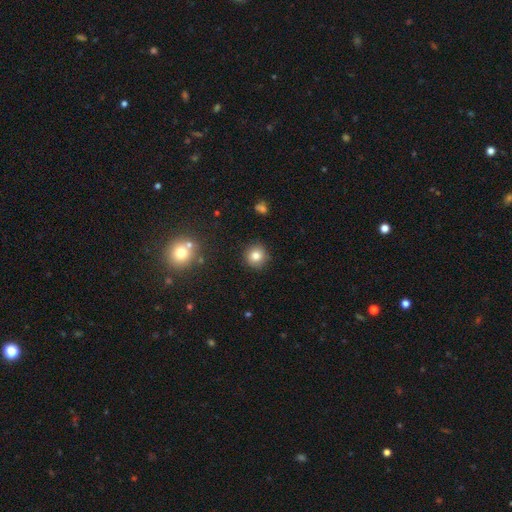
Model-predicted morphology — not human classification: A smooth galaxy with no disk features (80%) that is round (92%). Merging: none (89%).